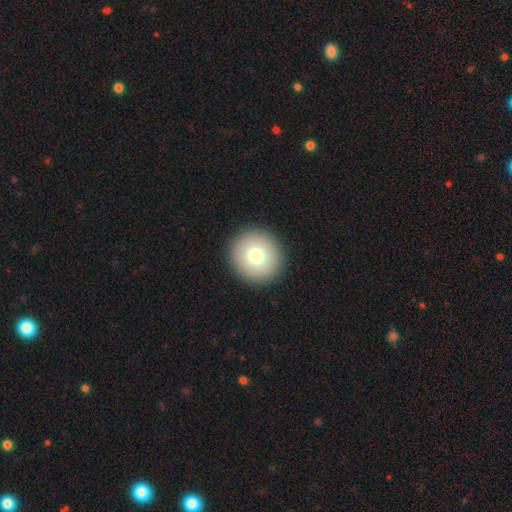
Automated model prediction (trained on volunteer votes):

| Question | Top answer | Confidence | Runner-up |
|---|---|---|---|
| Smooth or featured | smooth | 77% | featured or disk (13%) |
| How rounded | round | 93% | in between (6%) |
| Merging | none | 92% | minor disturbance (5%) |